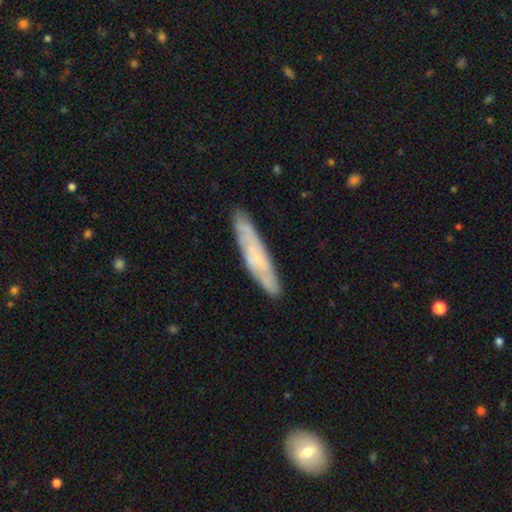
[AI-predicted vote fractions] smooth-or-featured: featured or disk: 47% | smooth: 46% | star or artifact: 7%
  merging: none: 85% | minor disturbance: 12% | major disturbance: 2% | merger: 1%